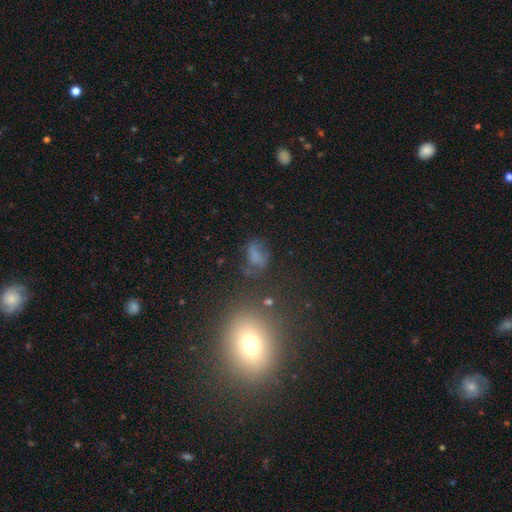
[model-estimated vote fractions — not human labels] Smooth or featured? smooth (55%)
How rounded? in between (75%)
Merging? none (42%)